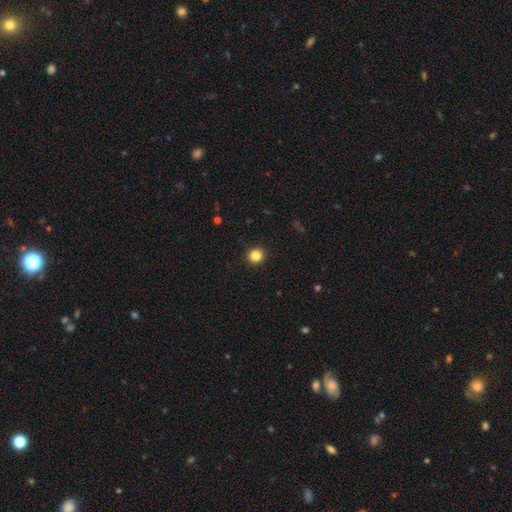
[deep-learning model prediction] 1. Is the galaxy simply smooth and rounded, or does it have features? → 84% smooth, 12% star or artifact, 4% featured or disk.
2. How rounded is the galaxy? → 93% round, 6% in between, 1% cigar-shaped.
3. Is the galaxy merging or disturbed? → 93% none, 5% minor disturbance, 2% major disturbance, 1% merger.